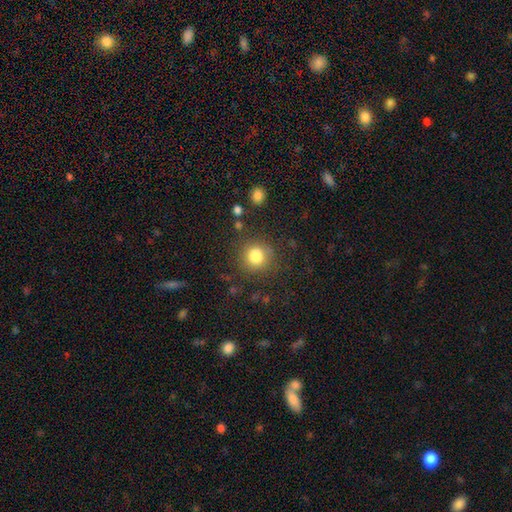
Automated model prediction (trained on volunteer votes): A smooth galaxy with no disk features (82%) that is round (88%).

Vote fractions:
- Smooth or featured? smooth: 82% / star or artifact: 11% / featured or disk: 7%
- How rounded? round: 88% / in between: 11% / cigar-shaped: 1%
- Merging? none: 82% / minor disturbance: 10% / major disturbance: 5% / merger: 3%